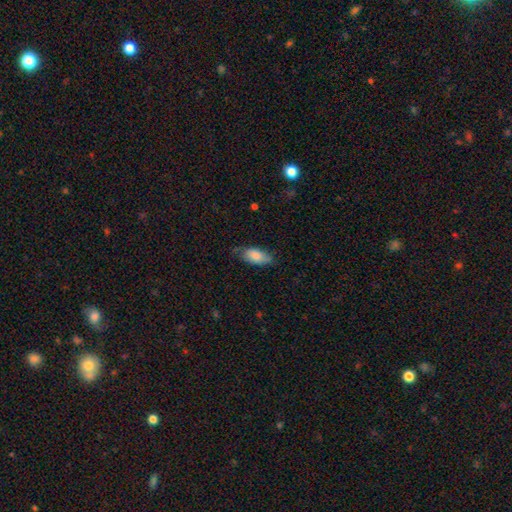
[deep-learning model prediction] Morphology: type=smooth (83%); roundness=in between (90%); merging=none (65%).